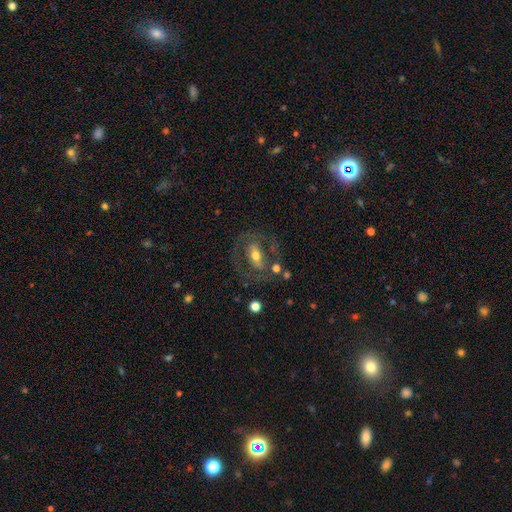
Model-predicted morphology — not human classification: Smooth or featured: featured or disk — 63% (smooth — 30%)
Edge-on disk: no — 92% (yes — 8%)
Bar: no — 35% (strong — 34%)
Spiral arms: no — 57% (yes — 43%)
Bulge size: moderate — 67% (small — 21%)
Merging: none — 63% (minor disturbance — 16%)